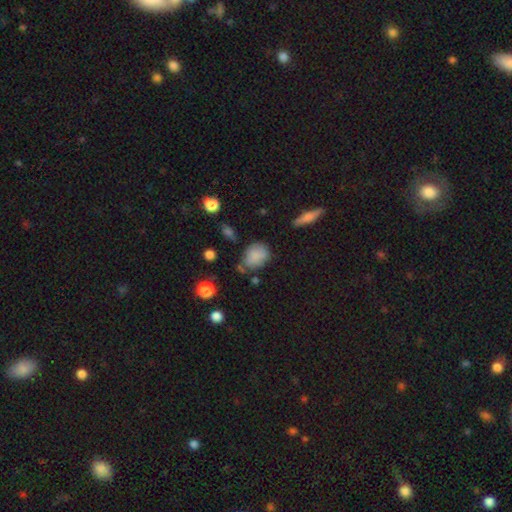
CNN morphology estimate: smooth 81%, star or artifact 10%, featured or disk 9%. Down the decision tree: how rounded — in between (56%); merging — none (58%).